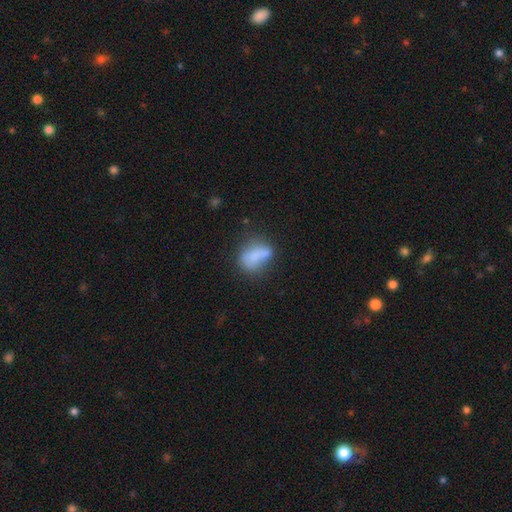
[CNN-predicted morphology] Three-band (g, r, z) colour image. It shows a smooth galaxy with no disk features (71%) that is in between round and cigar-shaped (78%). Merging: none (40%).